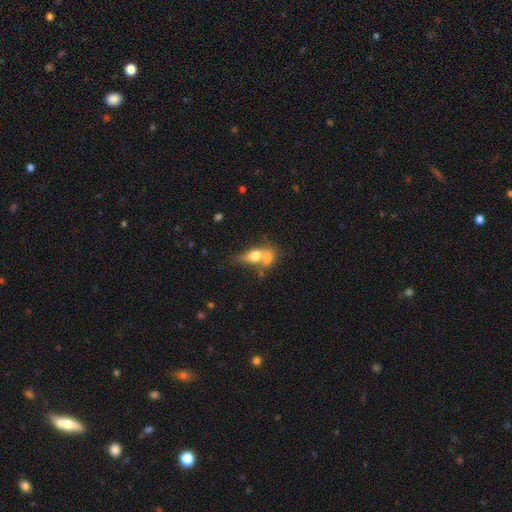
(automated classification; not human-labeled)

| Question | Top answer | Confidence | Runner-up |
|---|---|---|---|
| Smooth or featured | smooth | 63% | featured or disk (28%) |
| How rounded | in between | 68% | cigar-shaped (17%) |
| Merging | merger | 62% | none (22%) |